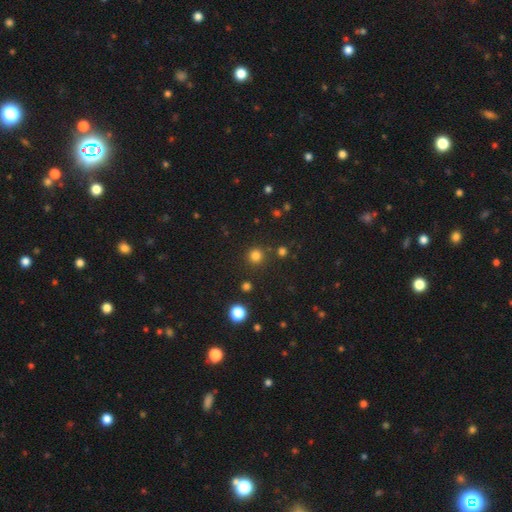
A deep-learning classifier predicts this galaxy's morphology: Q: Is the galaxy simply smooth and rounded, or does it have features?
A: smooth — 80%.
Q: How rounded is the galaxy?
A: round — 94%.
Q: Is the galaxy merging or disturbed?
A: none — 86%.